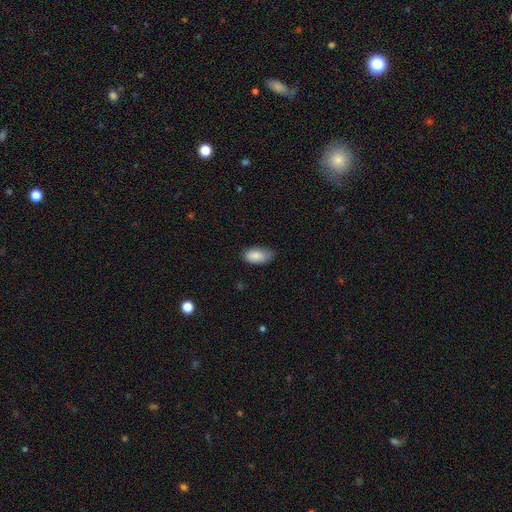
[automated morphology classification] smooth-or-featured: smooth: 86% | featured or disk: 7% | star or artifact: 7%
  how-rounded: in between: 94% | cigar-shaped: 3% | round: 3%
  merging: none: 65% | minor disturbance: 29% | major disturbance: 5% | merger: 1%